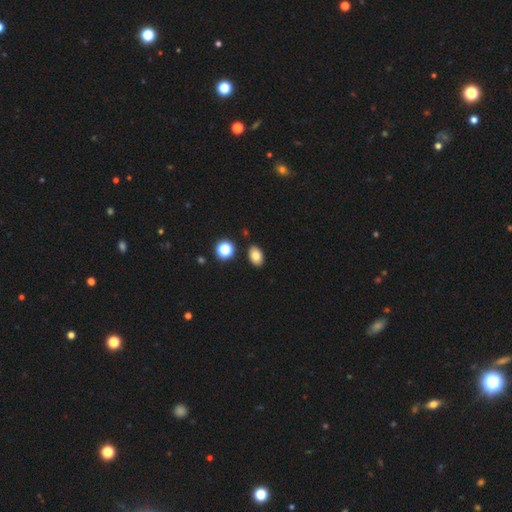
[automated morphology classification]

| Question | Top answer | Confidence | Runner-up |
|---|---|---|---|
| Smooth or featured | smooth | 80% | star or artifact (11%) |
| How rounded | in between | 86% | round (13%) |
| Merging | none | 87% | minor disturbance (8%) |